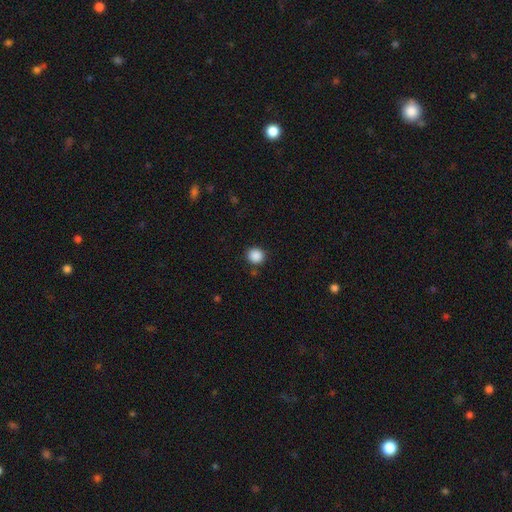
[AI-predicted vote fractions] This is clearly a smooth galaxy (88%). How rounded: clearly round (90%). Merging: clearly none (87%).